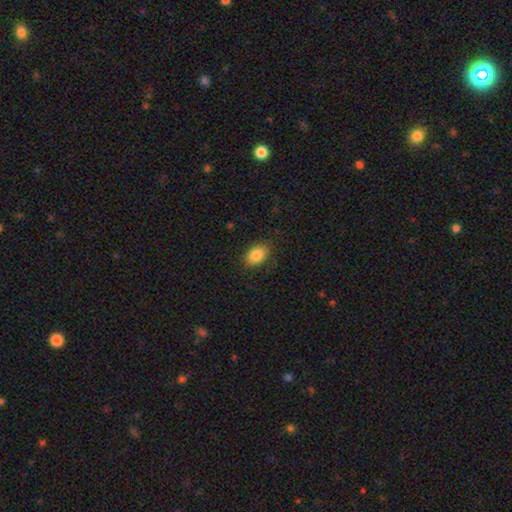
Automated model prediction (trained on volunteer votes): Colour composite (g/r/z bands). It shows a smooth galaxy with no disk features (87%) that is in between round and cigar-shaped (81%). Merging: none (85%).